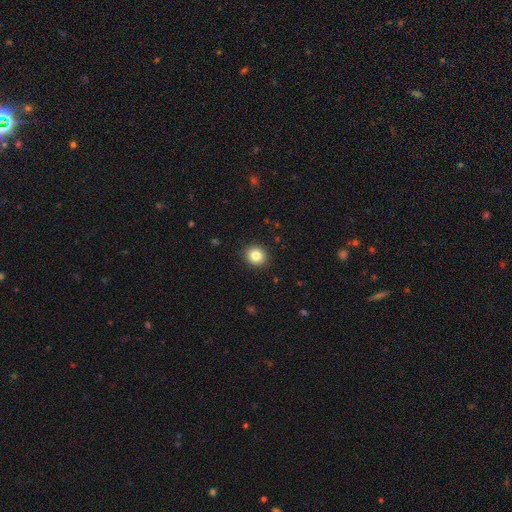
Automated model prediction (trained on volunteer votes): This appears to be a smooth galaxy with no disk features (83%) that is round (86%). Merging: none (91%).